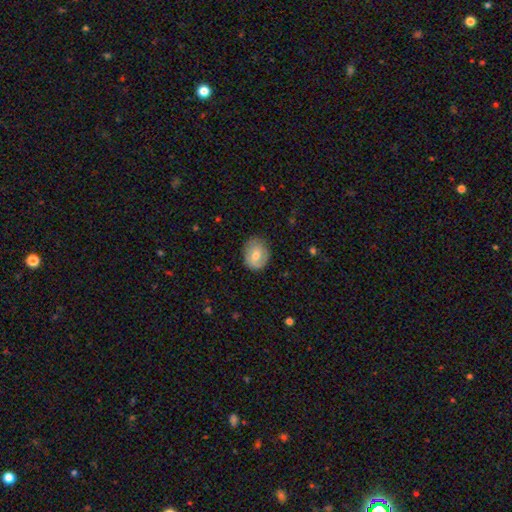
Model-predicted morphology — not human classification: The model was most divided on "how rounded": in between: 51%, round: 48%, cigar-shaped: 1%. More confident: merging — none (78%); smooth or featured — smooth (59%).